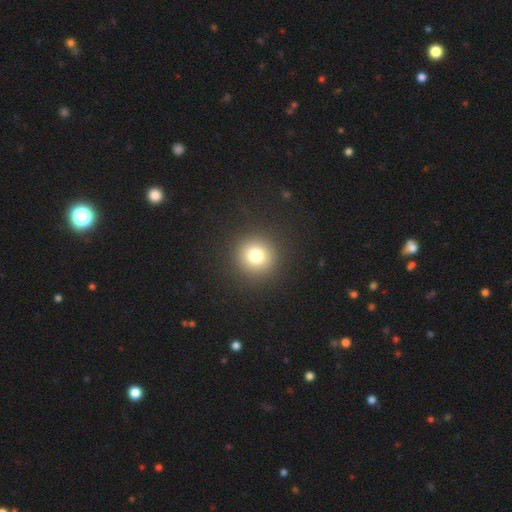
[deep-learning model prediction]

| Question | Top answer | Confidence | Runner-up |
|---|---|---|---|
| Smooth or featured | smooth | 78% | star or artifact (14%) |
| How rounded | round | 94% | in between (5%) |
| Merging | none | 91% | minor disturbance (5%) |